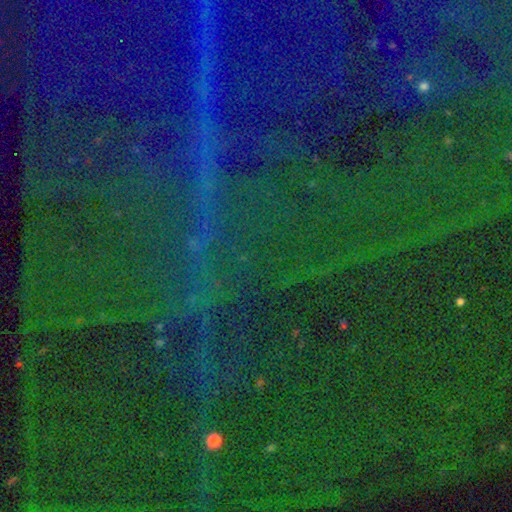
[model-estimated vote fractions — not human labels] star or artifact 86%, smooth 8%, featured or disk 7%.